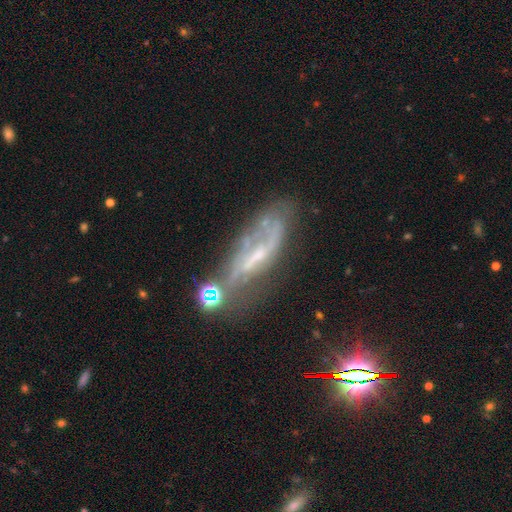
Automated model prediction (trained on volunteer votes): Morphology: type=featured or disk (66%); edge-on=no (72%); merging=none (42%).